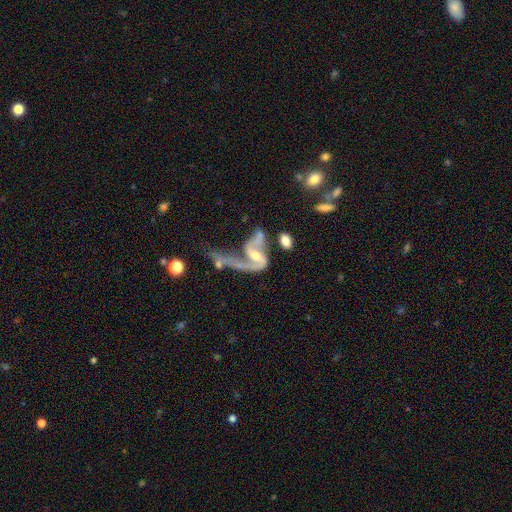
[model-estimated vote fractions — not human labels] smooth-or-featured: featured or disk: 81% | smooth: 12% | star or artifact: 7%
  disk-edge-on: no: 96% | yes: 4%
    bar: weak: 44% | no: 32% | strong: 24%
    has-spiral-arms: yes: 86% | no: 14%
      spiral-winding: loose: 69% | medium: 24% | tight: 7%
      spiral-arm-count: 2: 60% | 1: 30% | can't tell: 6% | 3: 2% | 4: 1% | more than 4: 1%
    bulge-size: moderate: 46% | small: 40% | none: 9% | large: 4% | dominant: 1%
  merging: major disturbance: 42% | merger: 29% | none: 18% | minor disturbance: 11%